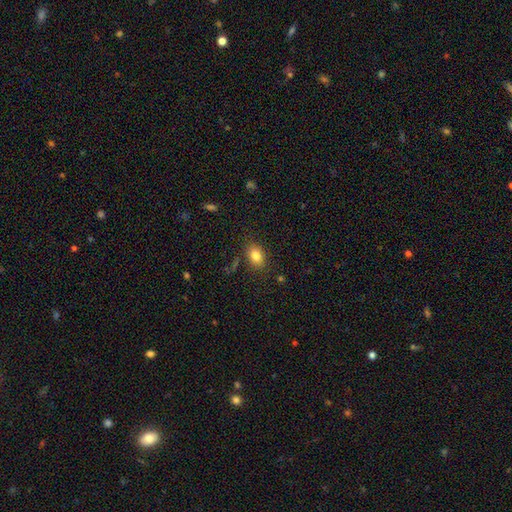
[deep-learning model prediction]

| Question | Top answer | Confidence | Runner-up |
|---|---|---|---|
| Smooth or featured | smooth | 83% | star or artifact (9%) |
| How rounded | in between | 78% | round (20%) |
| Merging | none | 82% | minor disturbance (12%) |